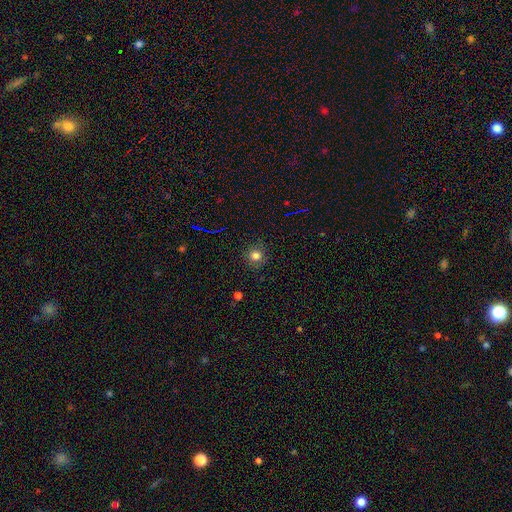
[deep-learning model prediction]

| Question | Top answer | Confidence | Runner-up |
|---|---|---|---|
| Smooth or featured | smooth | 79% | star or artifact (14%) |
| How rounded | round | 90% | in between (9%) |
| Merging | none | 88% | minor disturbance (9%) |